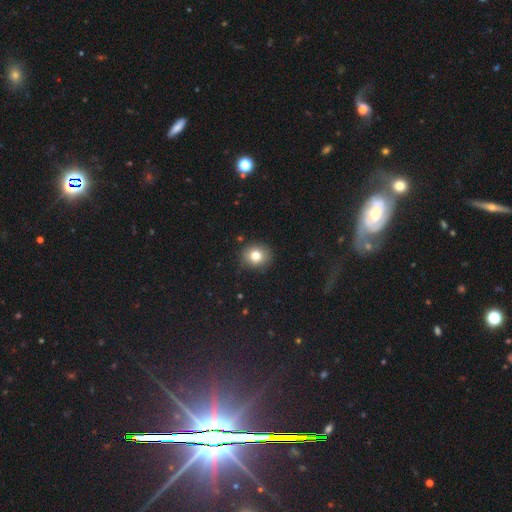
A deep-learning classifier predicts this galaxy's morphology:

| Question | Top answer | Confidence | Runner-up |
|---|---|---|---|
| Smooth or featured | smooth | 79% | star or artifact (12%) |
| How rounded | round | 82% | in between (17%) |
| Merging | none | 86% | minor disturbance (10%) |